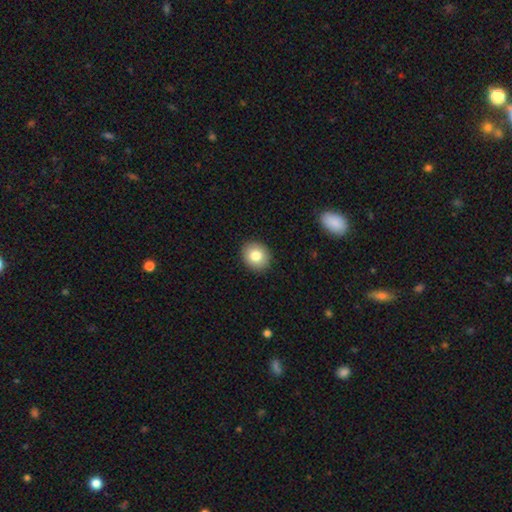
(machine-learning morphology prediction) Smooth or featured: smooth — 81% (featured or disk — 10%)
How rounded: round — 71% (in between — 28%)
Merging: none — 91% (minor disturbance — 6%)